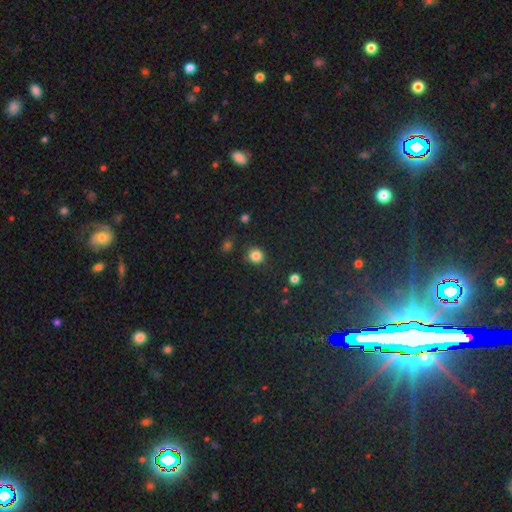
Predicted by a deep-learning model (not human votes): Morphology: type=smooth (83%); roundness=round (85%); merging=none (84%).